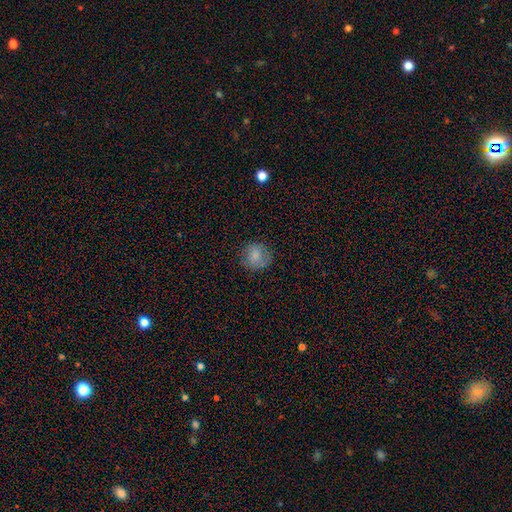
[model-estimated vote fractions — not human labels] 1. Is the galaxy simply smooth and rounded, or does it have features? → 79% smooth, 12% featured or disk, 9% star or artifact.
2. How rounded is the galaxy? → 87% round, 12% in between, 1% cigar-shaped.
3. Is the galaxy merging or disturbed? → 79% none, 15% minor disturbance, 5% major disturbance, 1% merger.